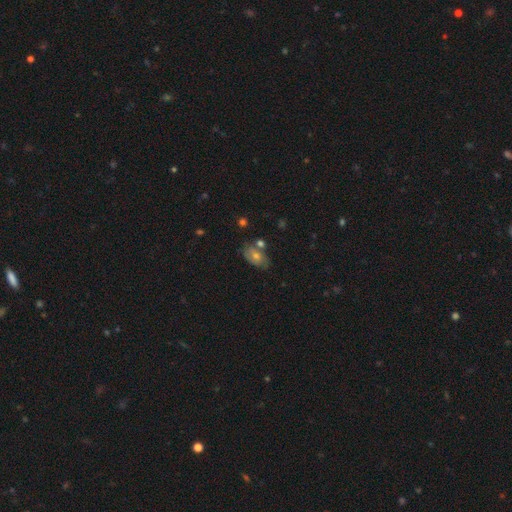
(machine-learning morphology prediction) This is marginally a smooth galaxy (45%). Merging: likely none (63%).